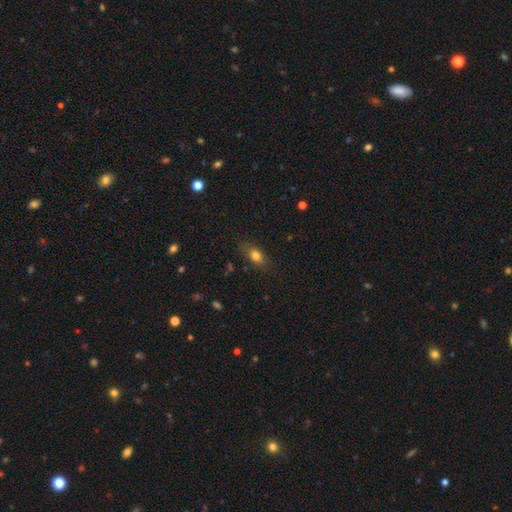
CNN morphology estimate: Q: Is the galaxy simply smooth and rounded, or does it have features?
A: smooth — 77%.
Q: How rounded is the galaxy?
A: in between — 80%.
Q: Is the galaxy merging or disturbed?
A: none — 77%.